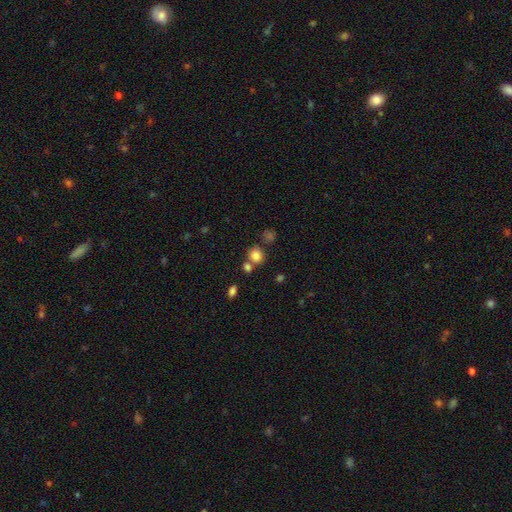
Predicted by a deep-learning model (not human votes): The model was most divided on "merging": none: 63%, merger: 23%, minor disturbance: 10%, major disturbance: 4%. More confident: smooth or featured — smooth (81%); how rounded — round (76%).